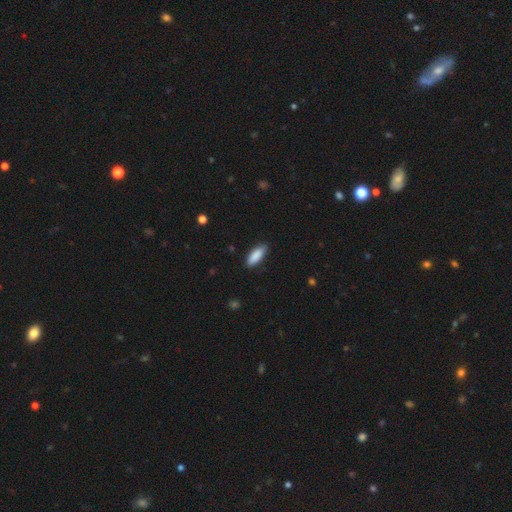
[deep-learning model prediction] Smooth or featured?
  - smooth: 88% *
  - featured or disk: 6%
  - star or artifact: 6%
How rounded?
  - in between: 69% *
  - cigar-shaped: 30%
  - round: 2%
Merging?
  - none: 85% *
  - minor disturbance: 12%
  - major disturbance: 2%
  - merger: 1%